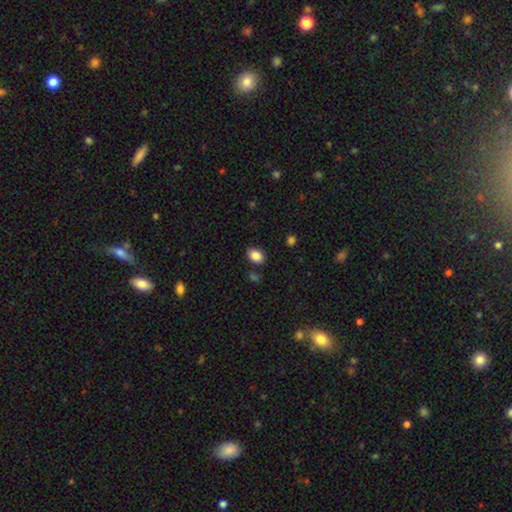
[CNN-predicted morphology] Smooth or featured? Predicted: smooth (p=0.86). How rounded? Predicted: in between (p=0.75). Merging? Predicted: none (p=0.82).